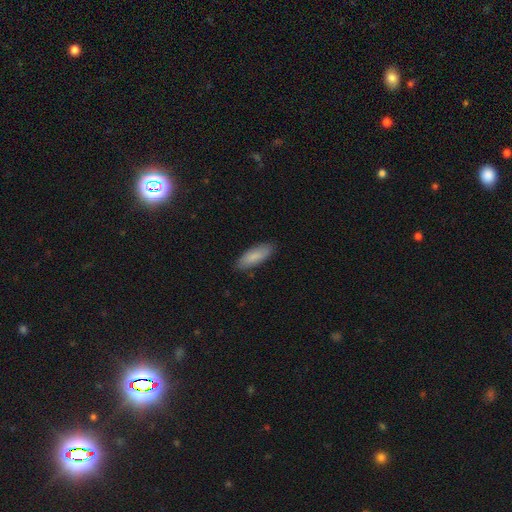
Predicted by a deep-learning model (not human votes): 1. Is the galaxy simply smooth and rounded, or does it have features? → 87% smooth, 8% featured or disk, 5% star or artifact.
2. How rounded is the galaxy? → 67% in between, 31% cigar-shaped, 1% round.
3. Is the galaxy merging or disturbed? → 85% none, 12% minor disturbance, 2% major disturbance, 1% merger.